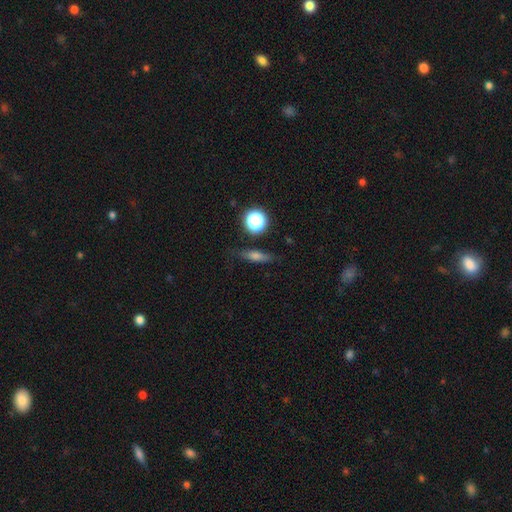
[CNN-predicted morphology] This is possibly a smooth galaxy (57%). How rounded: possibly cigar-shaped (59%). Merging: likely none (79%).